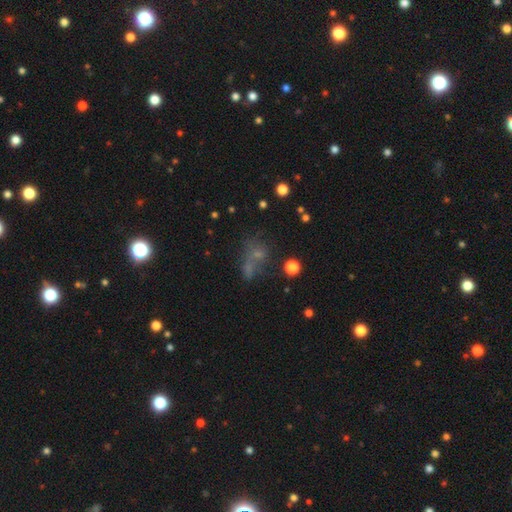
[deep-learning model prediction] The model was most divided on "merging": none: 39%, merger: 28%, major disturbance: 18%, minor disturbance: 14%. Remaining: smooth or featured — smooth (48%).